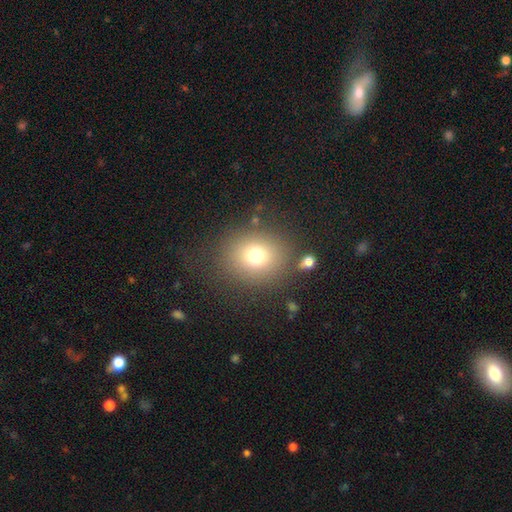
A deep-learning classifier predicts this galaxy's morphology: smooth_or_featured: smooth (p=0.75) [alt: star or artifact p=0.14]
how_rounded: round (p=0.76) [alt: in between p=0.24]
merging: none (p=0.79) [alt: minor disturbance p=0.10]